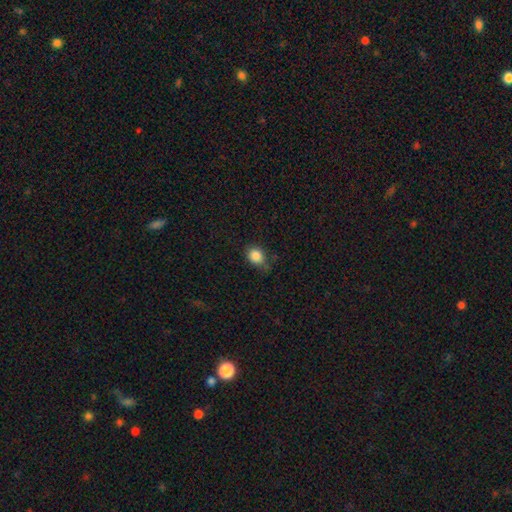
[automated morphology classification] type=smooth (85%); roundness=round (57%); merging=none (60%).